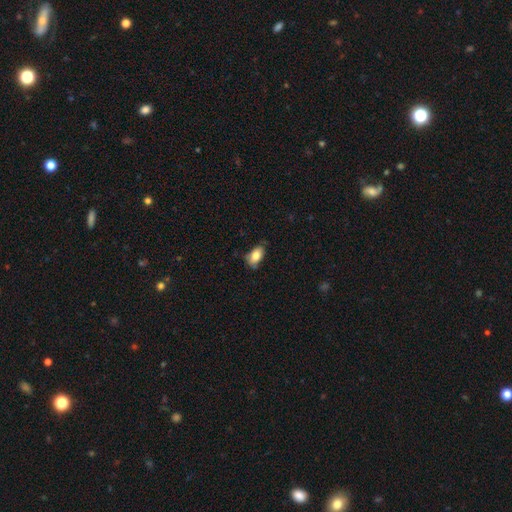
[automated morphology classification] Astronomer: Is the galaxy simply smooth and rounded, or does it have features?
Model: smooth — 80%.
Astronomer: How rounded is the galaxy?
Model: in between — 91%.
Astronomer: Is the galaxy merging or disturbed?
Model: none — 67%.